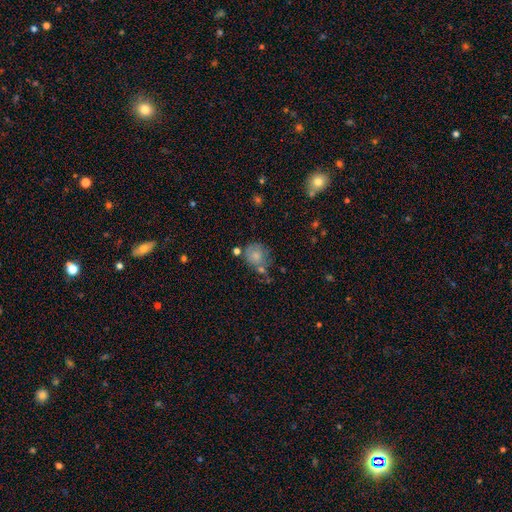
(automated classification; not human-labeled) This is likely a smooth galaxy (73%). How rounded: likely round (75%). Merging: possibly none (48%).